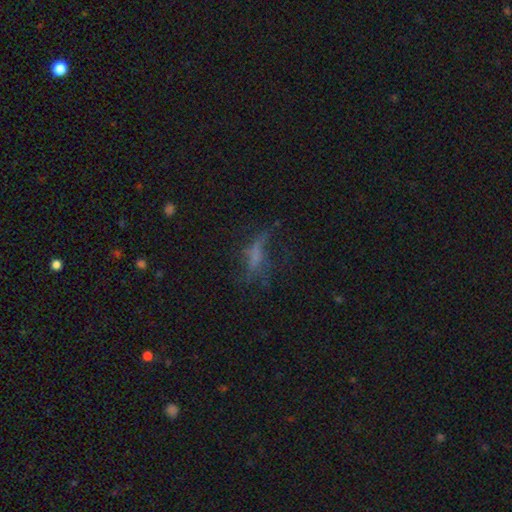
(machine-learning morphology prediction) featured or disk 42%, smooth 35%, star or artifact 23%. Down the decision tree: merging — none (43%).